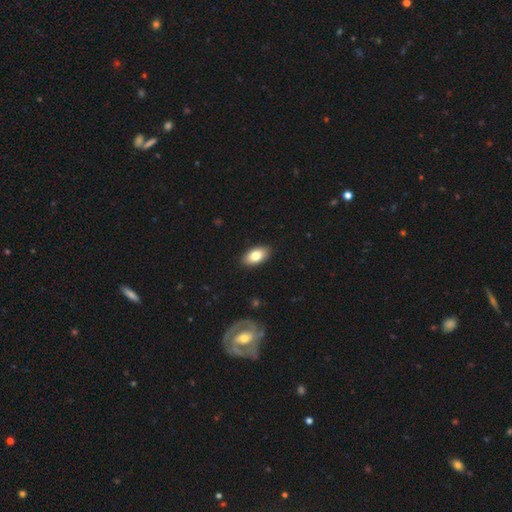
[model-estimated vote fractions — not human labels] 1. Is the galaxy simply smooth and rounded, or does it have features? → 80% smooth, 13% featured or disk, 7% star or artifact.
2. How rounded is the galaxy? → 93% in between, 4% round, 3% cigar-shaped.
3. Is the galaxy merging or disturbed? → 89% none, 8% minor disturbance, 2% major disturbance, 1% merger.